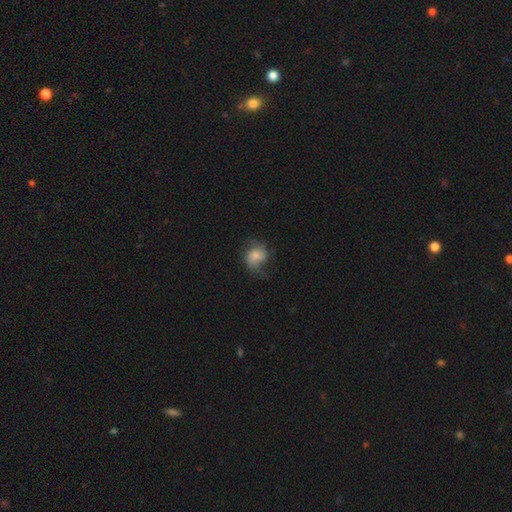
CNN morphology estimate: Smooth or featured? smooth (51%)
How rounded? round (57%)
Merging? none (52%)